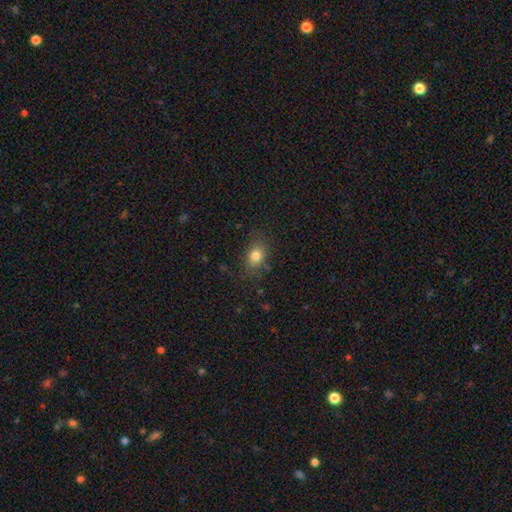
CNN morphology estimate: Smooth or featured: smooth — 80% (star or artifact — 12%)
How rounded: in between — 64% (round — 35%)
Merging: none — 78% (minor disturbance — 15%)